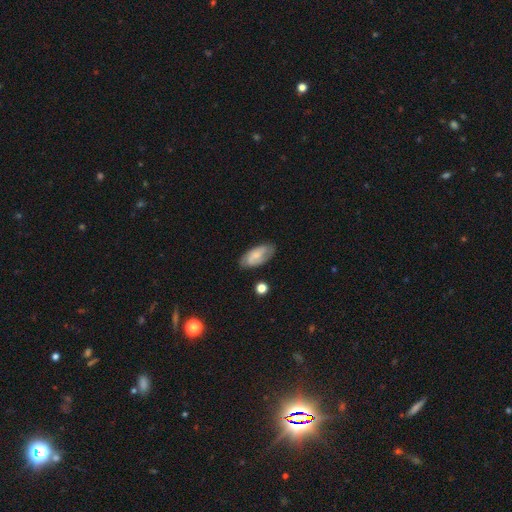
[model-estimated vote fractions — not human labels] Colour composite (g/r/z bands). It shows a smooth galaxy with no disk features (56%) that is in between round and cigar-shaped (89%). Merging: none (72%).